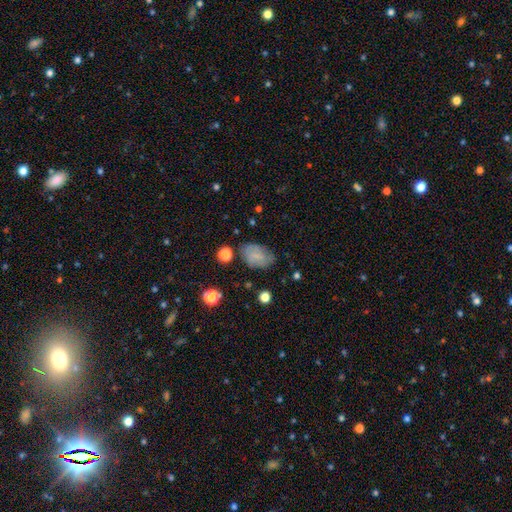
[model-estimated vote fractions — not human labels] The model was most divided on "smooth or featured": smooth: 66%, featured or disk: 24%, star or artifact: 10%. More confident: how rounded — in between (87%); merging — none (69%).